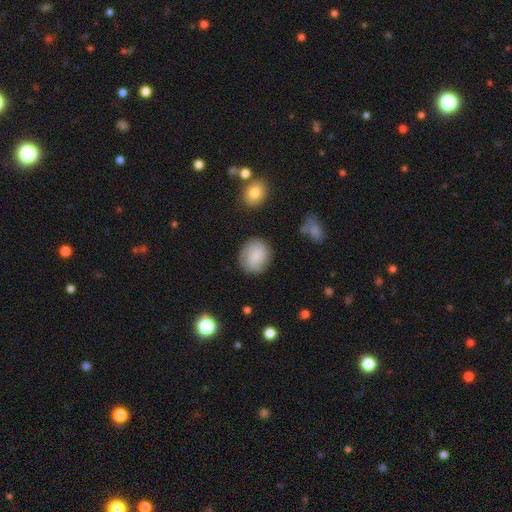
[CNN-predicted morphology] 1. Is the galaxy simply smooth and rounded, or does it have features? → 80% smooth, 12% featured or disk, 7% star or artifact.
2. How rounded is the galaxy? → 70% round, 28% in between, 1% cigar-shaped.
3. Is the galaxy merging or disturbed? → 81% none, 13% minor disturbance, 4% major disturbance, 2% merger.